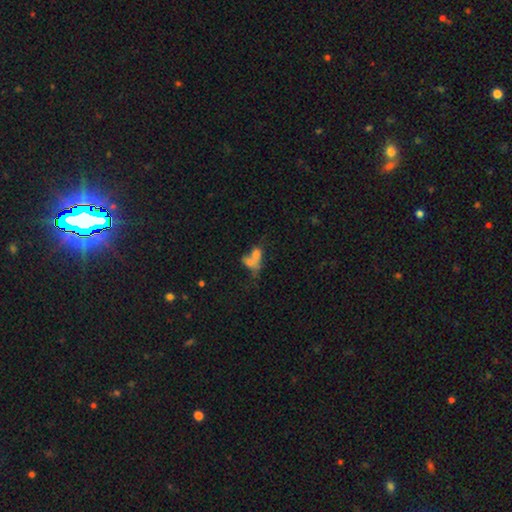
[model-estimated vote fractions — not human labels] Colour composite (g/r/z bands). It shows a smooth galaxy with no disk features (61%) that is in between round and cigar-shaped (74%). Merging: merger (61%).